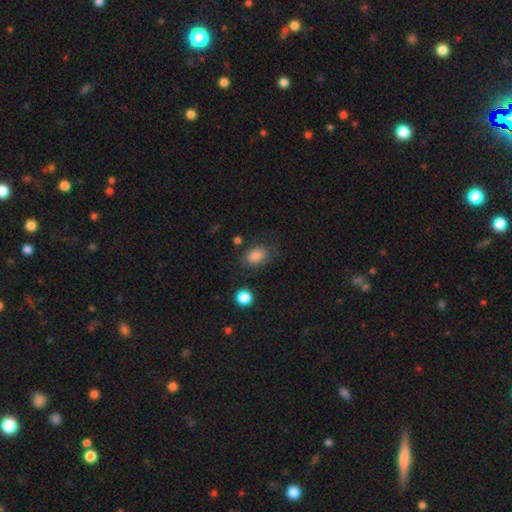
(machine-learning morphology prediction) type=smooth (84%); roundness=in between (78%); merging=none (73%).